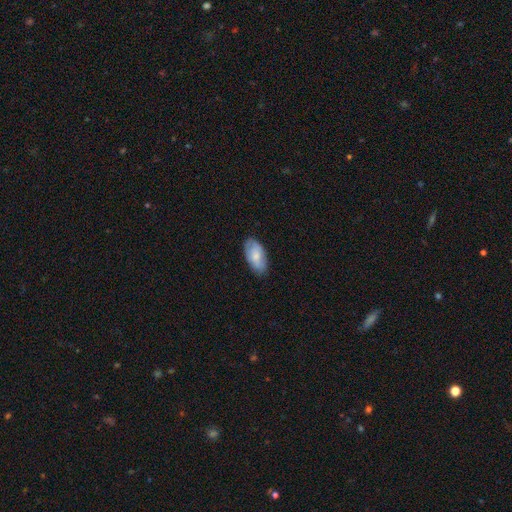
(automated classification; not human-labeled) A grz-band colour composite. It shows a smooth galaxy with no disk features (68%) that is in between round and cigar-shaped (94%). Merging: none (75%).